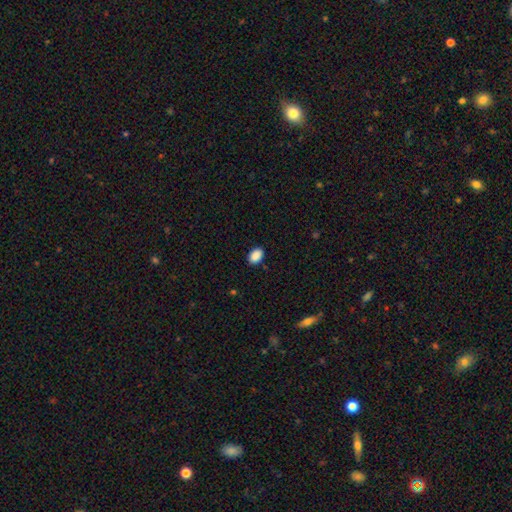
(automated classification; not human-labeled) smooth-or-featured: smooth: 90% | star or artifact: 8% | featured or disk: 3%
  how-rounded: in between: 86% | round: 13% | cigar-shaped: 1%
  merging: none: 88% | minor disturbance: 9% | major disturbance: 2% | merger: 1%